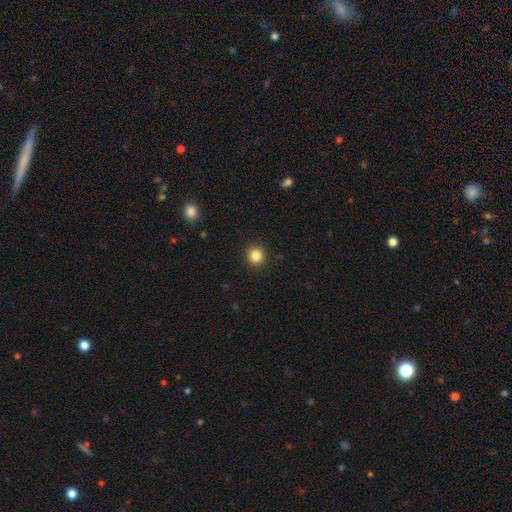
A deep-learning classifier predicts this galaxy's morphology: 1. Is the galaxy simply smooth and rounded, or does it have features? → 85% smooth, 11% star or artifact, 4% featured or disk.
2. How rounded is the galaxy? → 93% round, 6% in between, 1% cigar-shaped.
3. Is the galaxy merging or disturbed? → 92% none, 5% minor disturbance, 2% major disturbance, 1% merger.